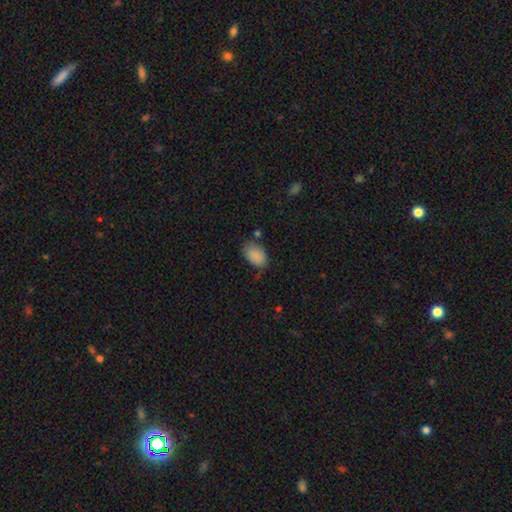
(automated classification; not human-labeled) Smooth or featured? smooth (87%)
How rounded? in between (90%)
Merging? none (67%)